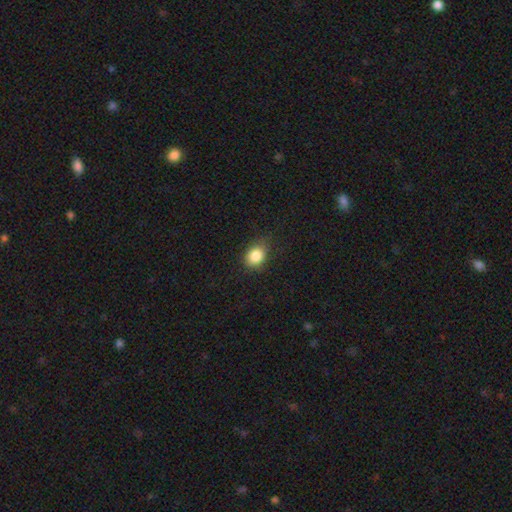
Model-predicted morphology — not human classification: Smooth or featured: smooth — 85% (star or artifact — 10%)
How rounded: round — 54% (in between — 45%)
Merging: none — 75% (minor disturbance — 20%)